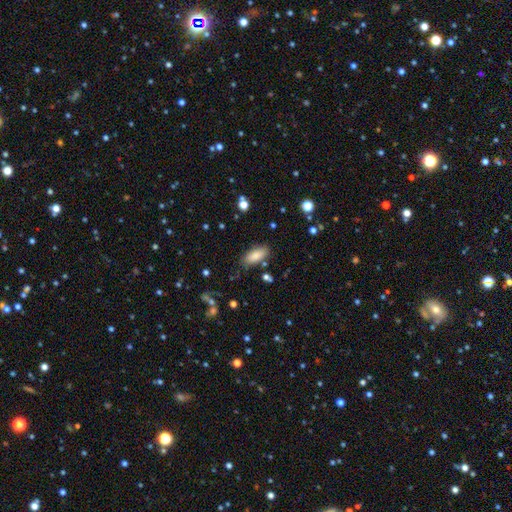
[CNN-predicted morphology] The model was most divided on "merging": none: 82%, minor disturbance: 12%, major disturbance: 3%, merger: 3%. More confident: smooth or featured — smooth (85%); how rounded — in between (85%).